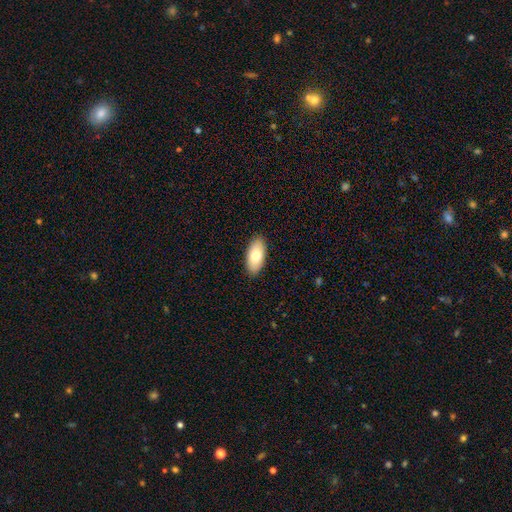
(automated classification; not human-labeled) smooth 78%, featured or disk 16%, star or artifact 6%. Down the decision tree: how rounded — in between (92%); merging — none (90%).